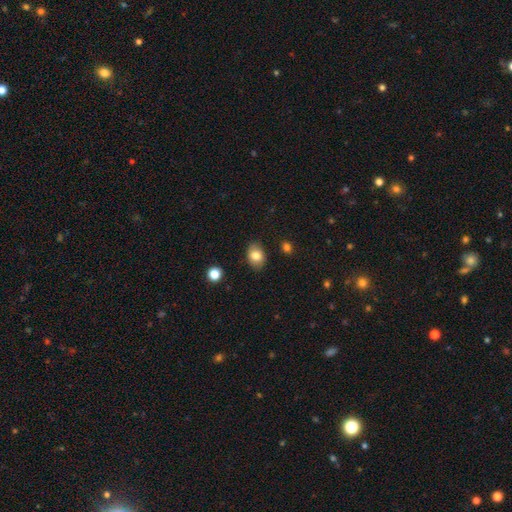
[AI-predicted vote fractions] smooth_or_featured: smooth (p=0.82) [alt: featured or disk p=0.10]
how_rounded: in between (p=0.70) [alt: round p=0.29]
merging: none (p=0.85) [alt: minor disturbance p=0.11]